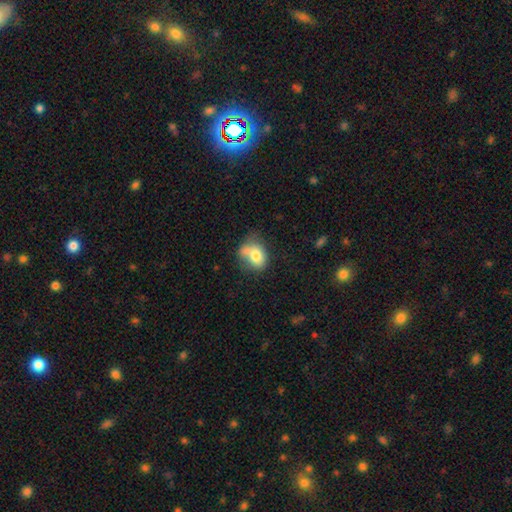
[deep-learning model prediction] Smooth or featured? Predicted: smooth (p=0.74). How rounded? Predicted: in between (p=0.62). Merging? Predicted: none (p=0.34).